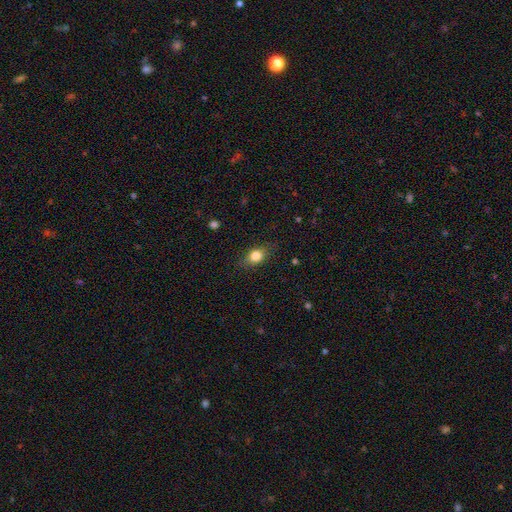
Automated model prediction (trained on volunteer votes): smooth-or-featured: smooth: 80% | featured or disk: 11% | star or artifact: 9%
  how-rounded: in between: 67% | round: 29% | cigar-shaped: 4%
  merging: none: 80% | minor disturbance: 15% | major disturbance: 4% | merger: 1%